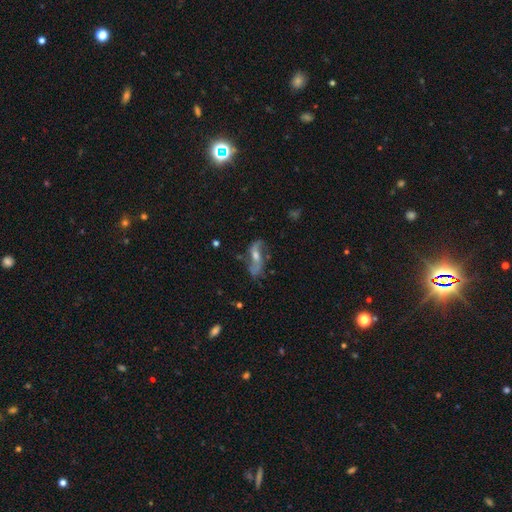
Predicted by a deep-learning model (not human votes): Smooth or featured? featured or disk (76%)
Edge-on disk? no (85%)
Bar? no (43%)
Spiral arms? yes (90%)
Spiral winding? loose (75%)
Spiral arm count? 2 (88%)
Bulge size? moderate (54%)
Merging? none (64%)